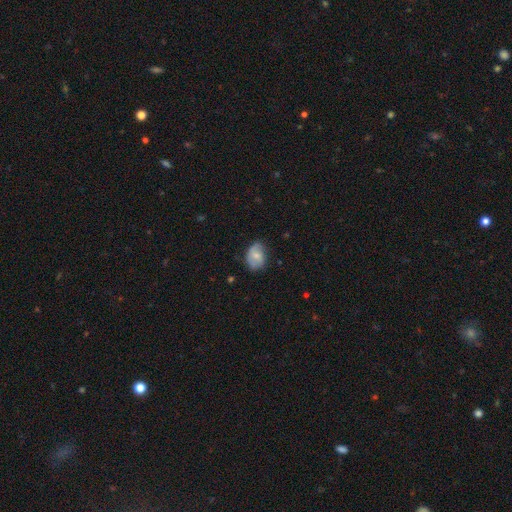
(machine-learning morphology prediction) This appears to be a smooth galaxy with no disk features (56%) that is in between round and cigar-shaped (71%). Merging: none (60%).